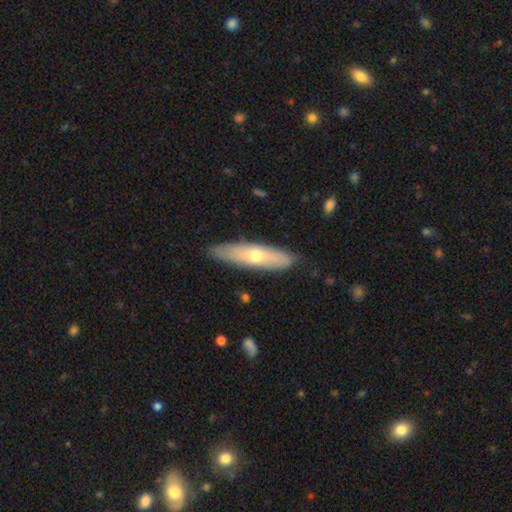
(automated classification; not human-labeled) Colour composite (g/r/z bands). It shows a smooth galaxy with no disk features (53%) that is cigar-shaped (69%). Merging: none (84%).